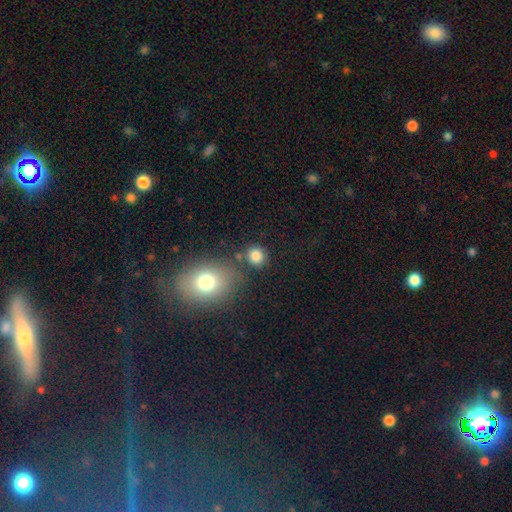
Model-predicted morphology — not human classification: A smooth galaxy with no disk features (82%) that is round (81%).

Vote fractions:
- Smooth or featured? smooth: 82% / star or artifact: 12% / featured or disk: 6%
- How rounded? round: 81% / in between: 18% / cigar-shaped: 1%
- Merging? none: 77% / merger: 10% / minor disturbance: 9% / major disturbance: 4%